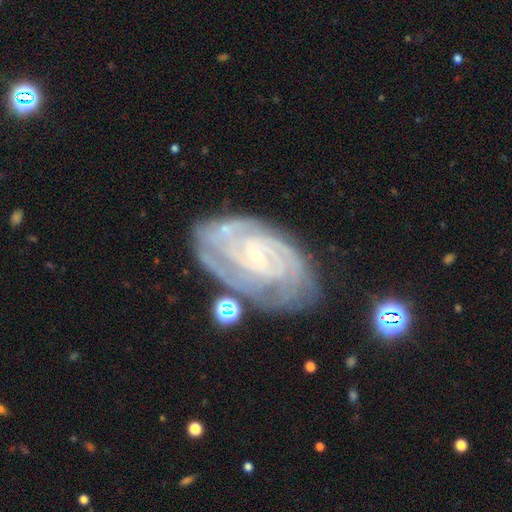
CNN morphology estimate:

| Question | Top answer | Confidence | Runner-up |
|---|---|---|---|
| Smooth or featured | featured or disk | 88% | star or artifact (6%) |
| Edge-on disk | no | 97% | yes (3%) |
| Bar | no | 54% | weak (33%) |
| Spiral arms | yes | 97% | no (3%) |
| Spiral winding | tight | 76% | medium (20%) |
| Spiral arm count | can't tell | 28% | 2 (20%) |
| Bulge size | small | 87% | moderate (7%) |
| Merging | none | 68% | minor disturbance (21%) |